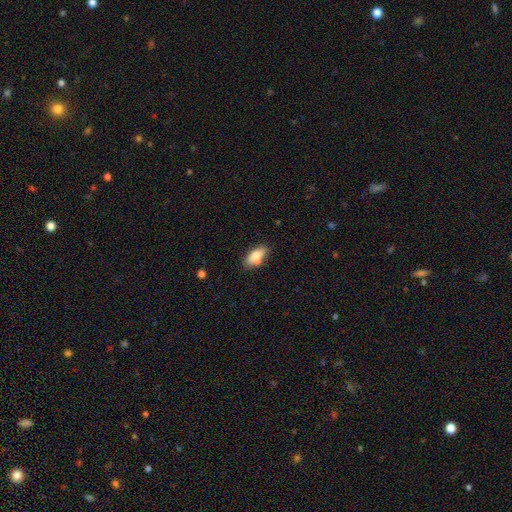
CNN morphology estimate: smooth_or_featured: smooth (p=0.75) [alt: featured or disk p=0.18]
how_rounded: in between (p=0.82) [alt: cigar-shaped p=0.14]
merging: none (p=0.61) [alt: minor disturbance p=0.23]